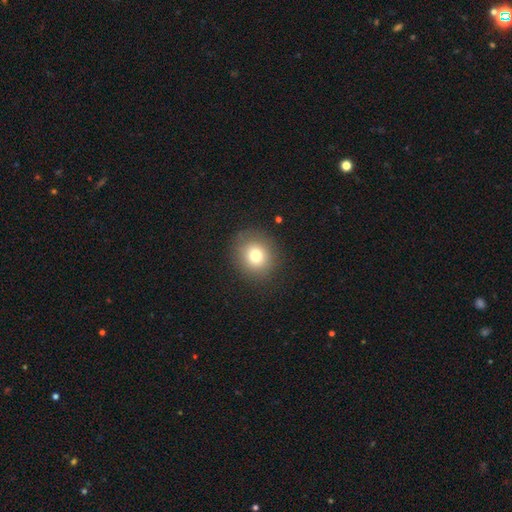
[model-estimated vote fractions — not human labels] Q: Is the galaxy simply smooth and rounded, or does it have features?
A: smooth — 76%.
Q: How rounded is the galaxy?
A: round — 81%.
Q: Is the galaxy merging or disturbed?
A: none — 87%.